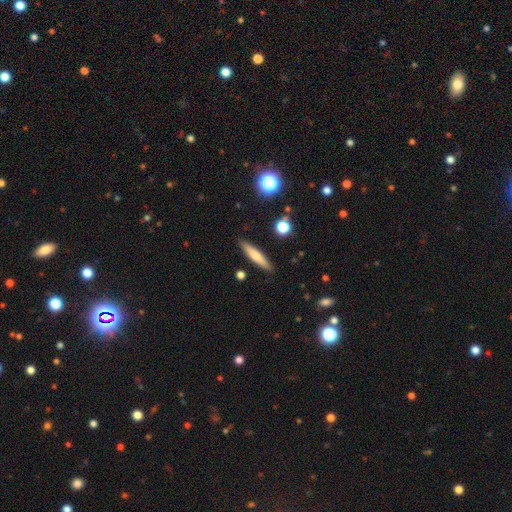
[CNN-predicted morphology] The model was most divided on "smooth or featured": smooth: 66%, featured or disk: 27%, star or artifact: 8%. More confident: merging — none (88%); how rounded — cigar-shaped (87%).